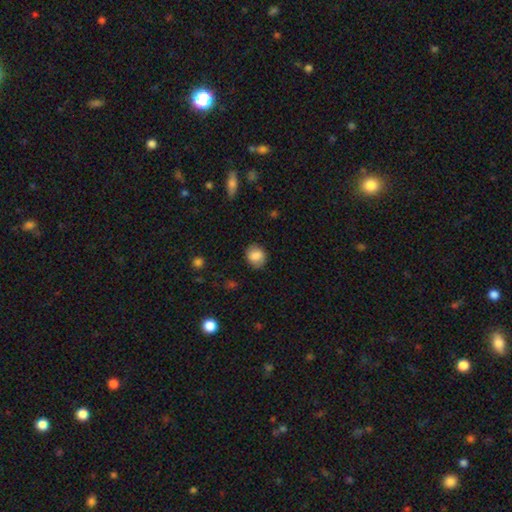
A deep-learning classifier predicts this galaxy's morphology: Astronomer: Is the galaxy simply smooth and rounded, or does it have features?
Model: smooth — 83%.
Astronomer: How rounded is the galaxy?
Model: round — 61% (runner-up: in between, 38%).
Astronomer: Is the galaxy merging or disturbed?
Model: none — 82%.